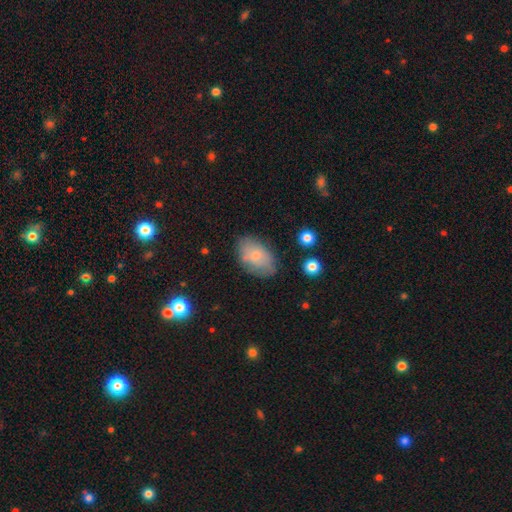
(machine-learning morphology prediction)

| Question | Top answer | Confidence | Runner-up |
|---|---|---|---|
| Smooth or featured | smooth | 73% | featured or disk (20%) |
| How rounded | in between | 92% | round (7%) |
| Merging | none | 74% | minor disturbance (18%) |